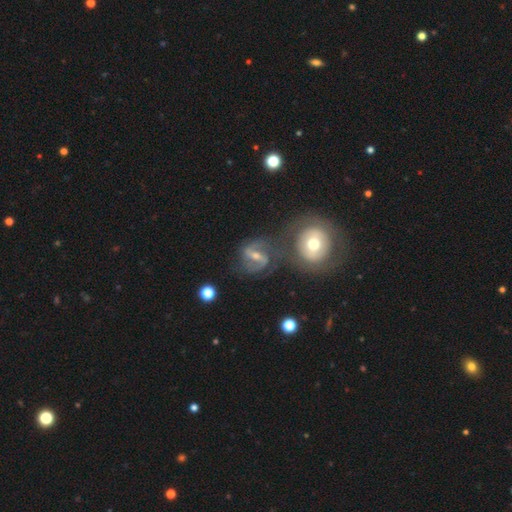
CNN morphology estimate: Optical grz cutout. It shows a featured or disk galaxy (85%) with a strong bar (54%), 2 (92%) medium (53%) spiral arms (95%) and a moderate central bulge (54%). Merging: none (64%).